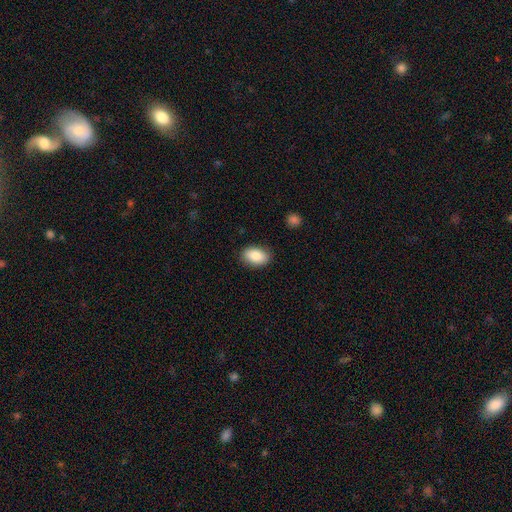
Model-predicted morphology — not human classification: smooth_or_featured: smooth (p=0.85) [alt: featured or disk p=0.08]
how_rounded: in between (p=0.89) [alt: round p=0.10]
merging: none (p=0.86) [alt: minor disturbance p=0.10]